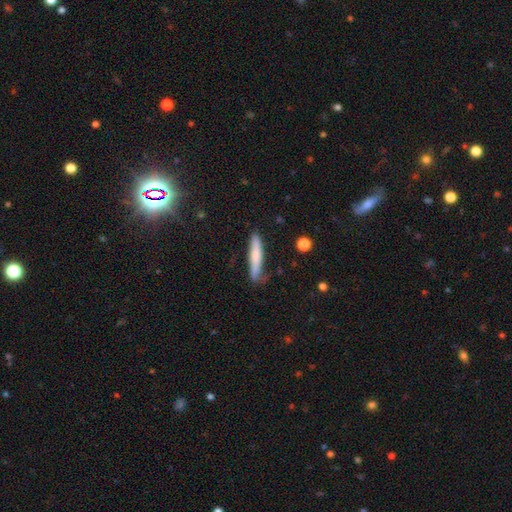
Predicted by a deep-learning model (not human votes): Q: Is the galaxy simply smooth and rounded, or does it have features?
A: smooth — 69%.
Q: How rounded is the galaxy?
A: cigar-shaped — 91%.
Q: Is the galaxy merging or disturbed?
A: none — 74%.